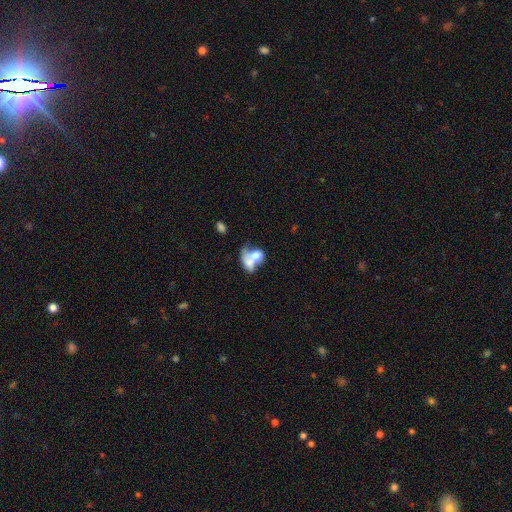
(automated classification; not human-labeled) Smooth or featured? smooth (61%)
How rounded? in between (63%)
Merging? merger (67%)